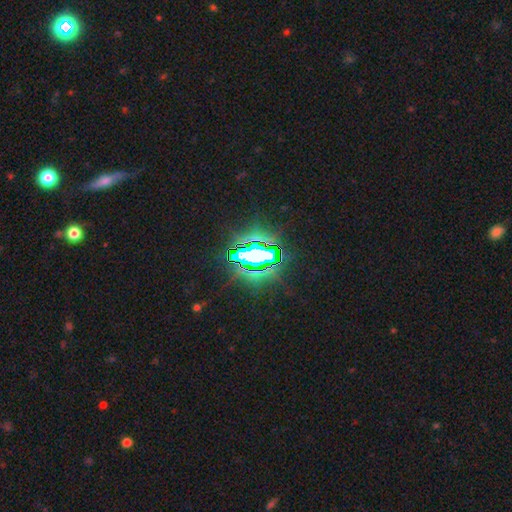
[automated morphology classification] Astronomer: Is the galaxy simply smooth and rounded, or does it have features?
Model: star or artifact — 76%.